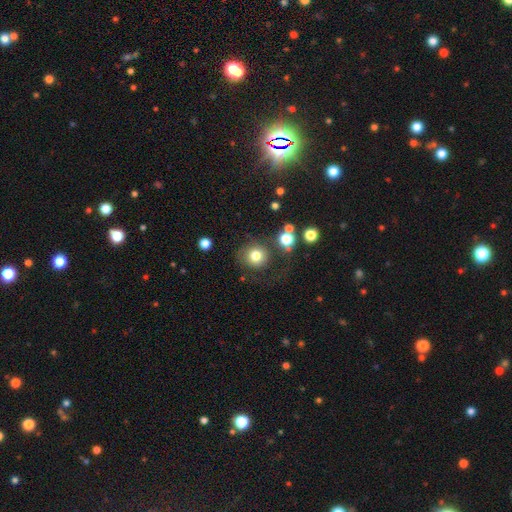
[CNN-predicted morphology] smooth_or_featured: smooth (p=0.78) [alt: star or artifact p=0.12]
how_rounded: round (p=0.89) [alt: in between p=0.10]
merging: none (p=0.67) [alt: minor disturbance p=0.15]